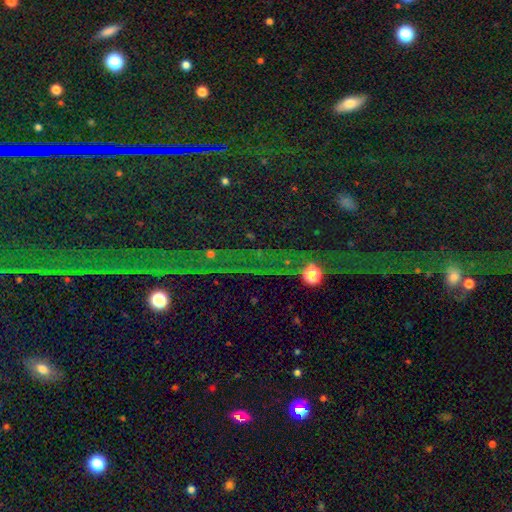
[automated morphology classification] This appears to be a star or artifact, not a galaxy (80%).